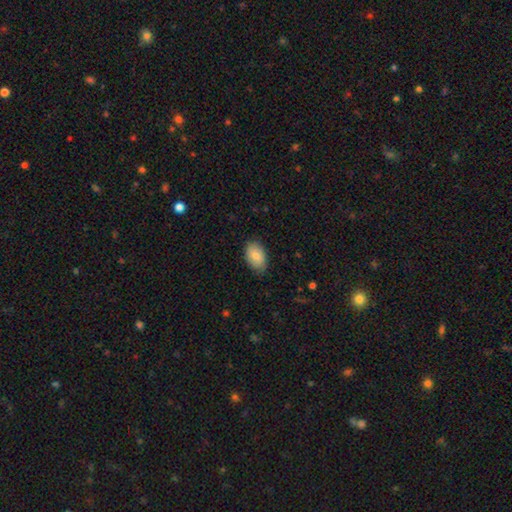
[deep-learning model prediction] smooth 86%, featured or disk 8%, star or artifact 6%. Down the decision tree: how rounded — in between (91%); merging — none (82%).